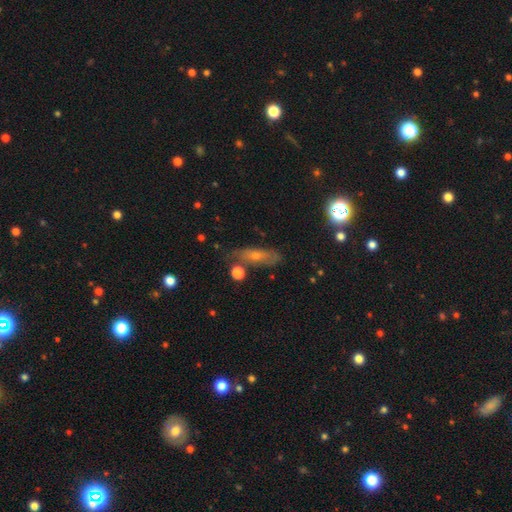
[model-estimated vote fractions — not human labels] Smooth or featured?
  - smooth: 51% *
  - featured or disk: 36%
  - star or artifact: 13%
How rounded?
  - in between: 52% *
  - cigar-shaped: 41%
  - round: 7%
Merging?
  - none: 64% *
  - minor disturbance: 22%
  - major disturbance: 8%
  - merger: 6%